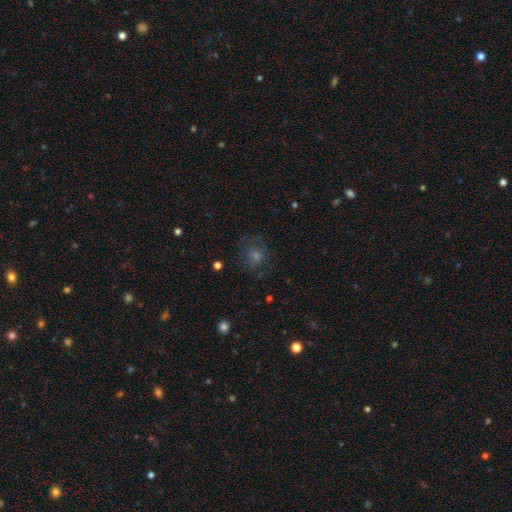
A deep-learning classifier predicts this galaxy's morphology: Smooth or featured? Predicted: smooth (p=0.43). Merging? Predicted: none (p=0.76).